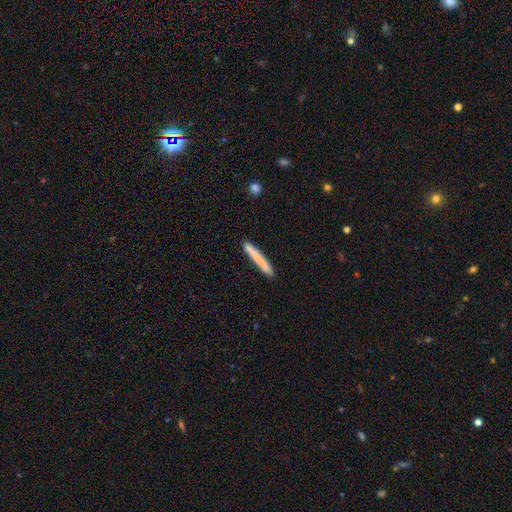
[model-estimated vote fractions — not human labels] Smooth or featured? smooth (75%)
How rounded? cigar-shaped (96%)
Merging? none (84%)